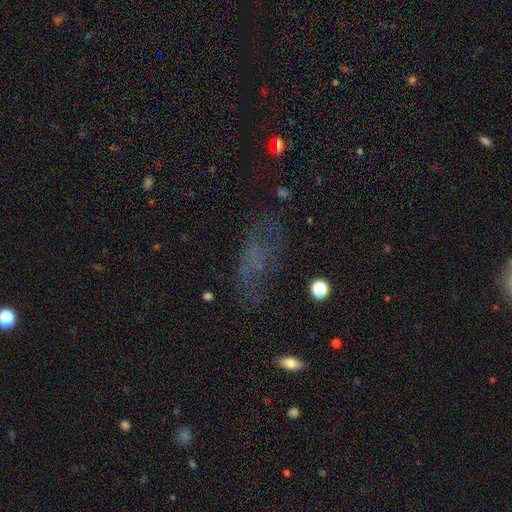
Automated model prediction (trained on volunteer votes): This is marginally a smooth galaxy (38%). Merging: possibly none (59%).